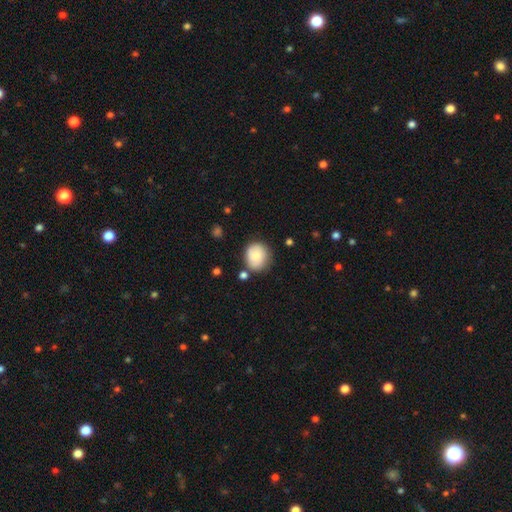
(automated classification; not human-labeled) Smooth or featured? Predicted: smooth (p=0.79). How rounded? Predicted: round (p=0.75). Merging? Predicted: none (p=0.70).